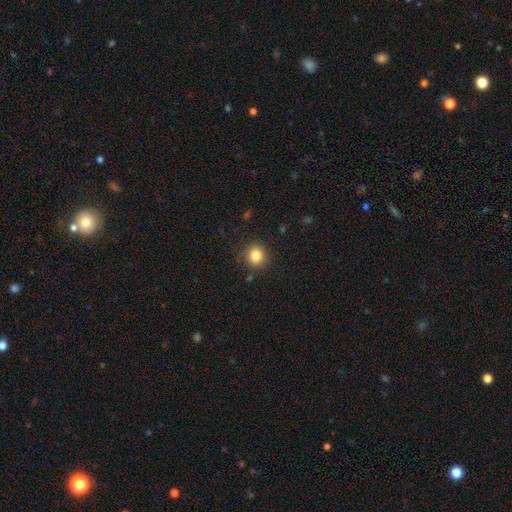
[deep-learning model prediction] Overall: smooth (85%). How rounded: round (85%). Merging: none (88%).